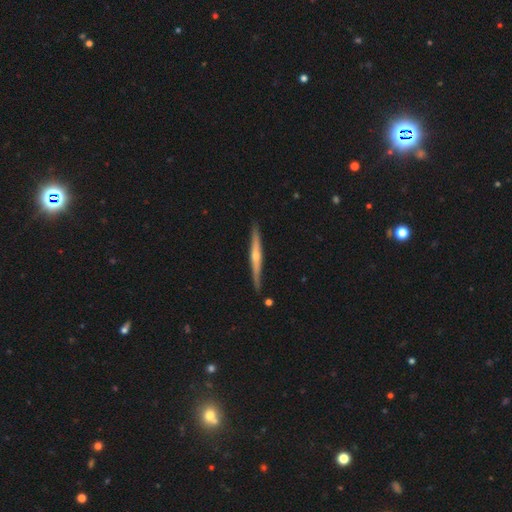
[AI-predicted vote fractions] This appears to be a featured or disk galaxy (76%) viewed edge-on (98%) with a rounded central bulge (81%). Merging: none (90%).